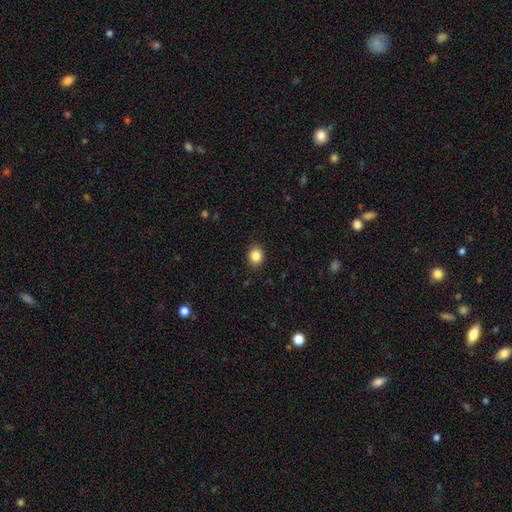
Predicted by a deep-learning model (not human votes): smooth_or_featured: smooth (p=0.86) [alt: star or artifact p=0.10]
how_rounded: round (p=0.60) [alt: in between p=0.39]
merging: none (p=0.89) [alt: minor disturbance p=0.08]